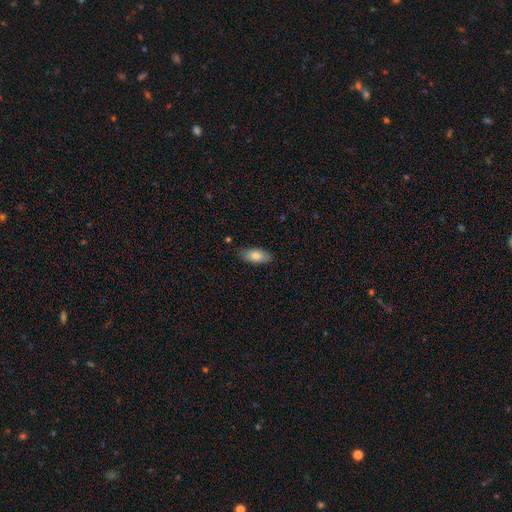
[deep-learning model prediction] This appears to be a smooth galaxy with no disk features (79%) that is in between round and cigar-shaped (88%). Merging: none (83%).